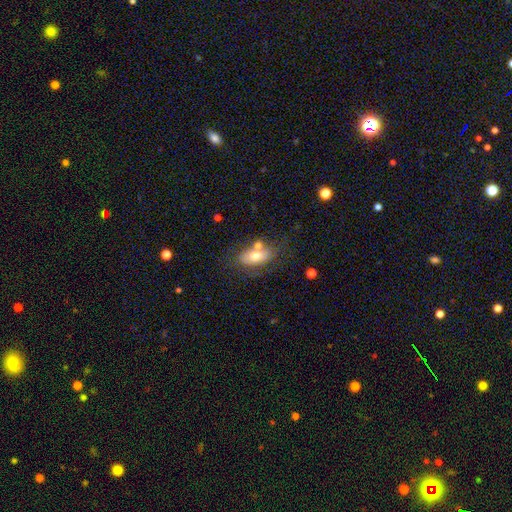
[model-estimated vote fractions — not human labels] Smooth or featured? smooth (67%)
How rounded? in between (88%)
Merging? none (53%)